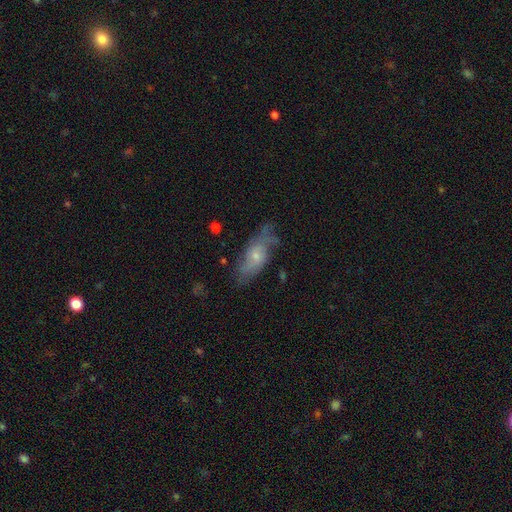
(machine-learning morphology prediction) Overall: featured or disk (54%; smooth 38%). Edge-on disk: no (84%). Merging: none (60%; minor disturbance 26%).